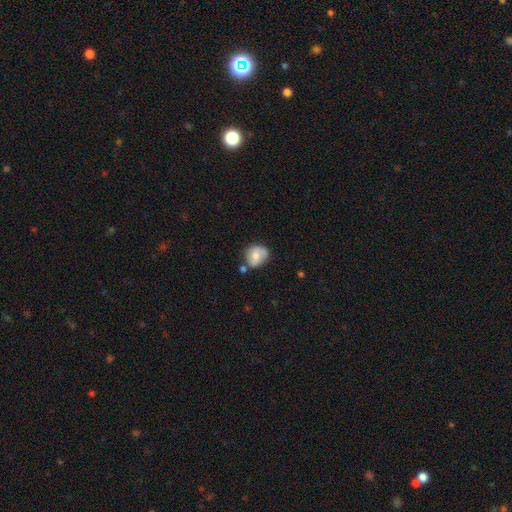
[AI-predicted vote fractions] Overall: smooth (61%; featured or disk 31%). How rounded: round (61%; in between 38%). Merging: none (54%; minor disturbance 26%).